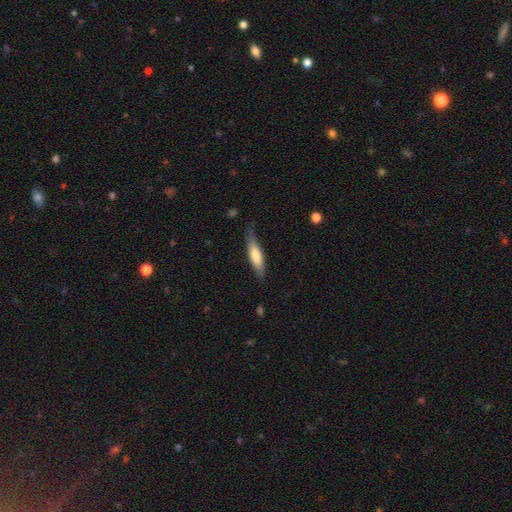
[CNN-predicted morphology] smooth-or-featured: smooth: 72% | featured or disk: 22% | star or artifact: 5%
  how-rounded: cigar-shaped: 67% | in between: 31% | round: 1%
  merging: none: 68% | minor disturbance: 25% | major disturbance: 6% | merger: 2%